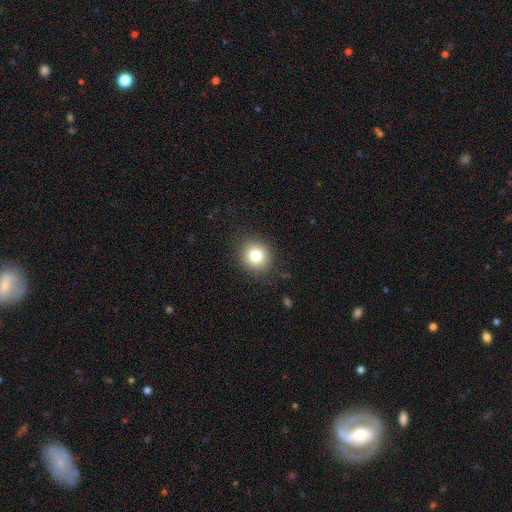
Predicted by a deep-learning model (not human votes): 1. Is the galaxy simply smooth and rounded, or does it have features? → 80% smooth, 11% star or artifact, 9% featured or disk.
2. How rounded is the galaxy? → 81% round, 18% in between, 1% cigar-shaped.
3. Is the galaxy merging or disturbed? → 87% none, 9% minor disturbance, 3% major disturbance, 1% merger.